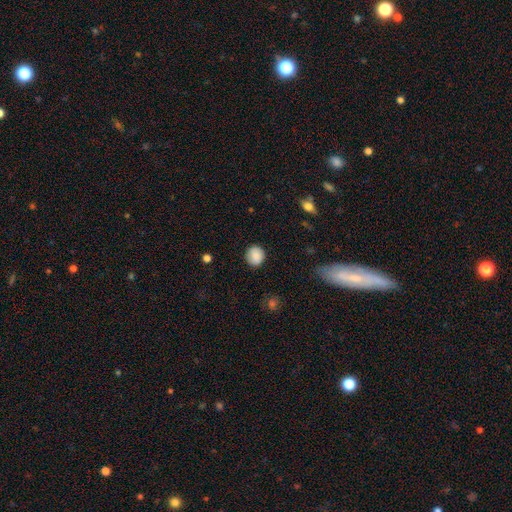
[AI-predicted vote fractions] smooth 88%, star or artifact 8%, featured or disk 4%. Down the decision tree: how rounded — round (83%); merging — none (88%).